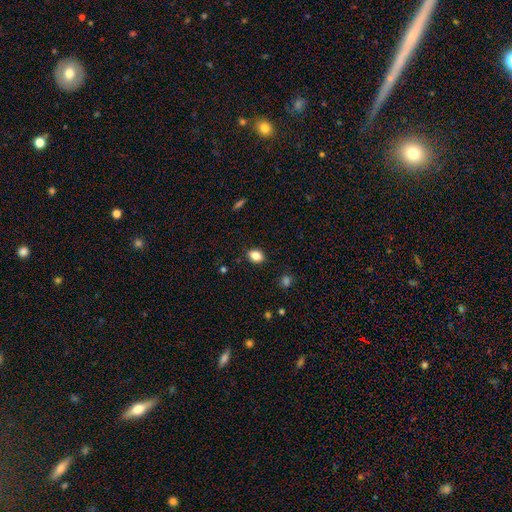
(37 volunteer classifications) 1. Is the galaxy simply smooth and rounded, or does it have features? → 89% smooth, 5% featured or disk, 5% star or artifact.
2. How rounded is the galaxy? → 61% in between, 39% round, 0% cigar-shaped.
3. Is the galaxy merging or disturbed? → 86% none, 14% minor disturbance, 0% major disturbance, 0% merger.